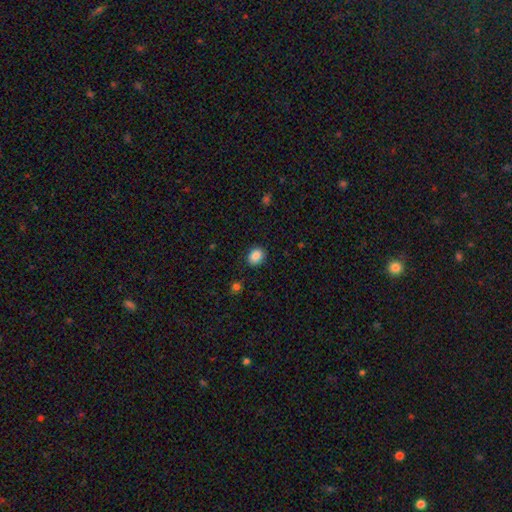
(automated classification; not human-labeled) smooth 87%, star or artifact 9%, featured or disk 4%. Down the decision tree: how rounded — round (52%); merging — none (88%).